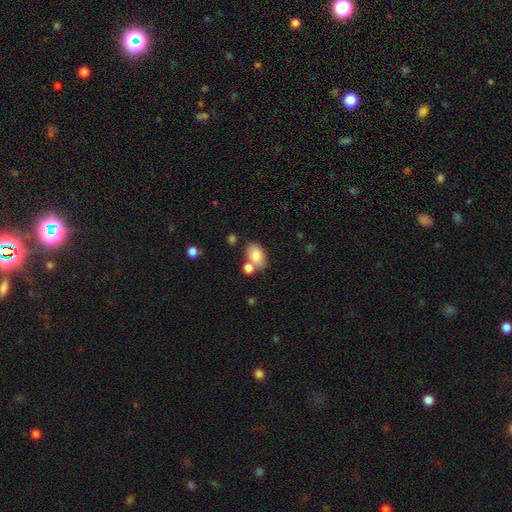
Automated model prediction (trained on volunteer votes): smooth-or-featured: smooth: 83% | featured or disk: 9% | star or artifact: 8%
  how-rounded: in between: 87% | round: 12% | cigar-shaped: 1%
  merging: none: 57% | merger: 23% | minor disturbance: 15% | major disturbance: 5%